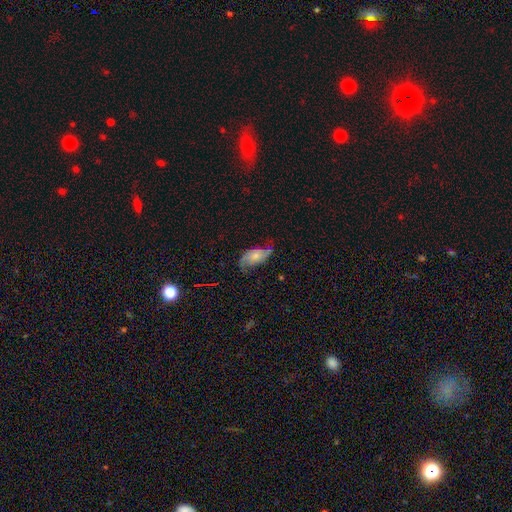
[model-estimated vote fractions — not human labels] Smooth or featured?
  - featured or disk: 69% *
  - smooth: 23%
  - star or artifact: 8%
Edge-on disk?
  - no: 95% *
  - yes: 5%
Bar?
  - no: 70% *
  - weak: 24%
  - strong: 6%
Spiral arms?
  - yes: 92% *
  - no: 8%
Spiral winding?
  - loose: 64% *
  - medium: 27%
  - tight: 9%
Spiral arm count?
  - 2: 89% *
  - can't tell: 4%
  - 1: 3%
  - 3: 1%
  - 4: 1%
  - more than 4: 1%
Bulge size?
  - small: 42% *
  - moderate: 33%
  - none: 14%
  - large: 9%
  - dominant: 3%
Merging?
  - none: 62% *
  - minor disturbance: 23%
  - major disturbance: 13%
  - merger: 2%